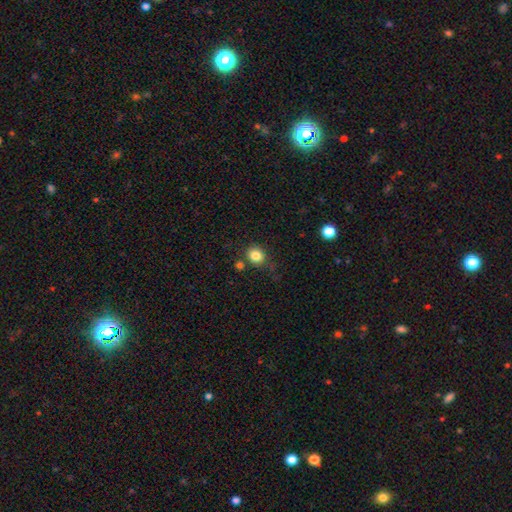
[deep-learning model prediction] This appears to be a smooth galaxy with no disk features (83%) that is round (78%). Merging: none (76%).